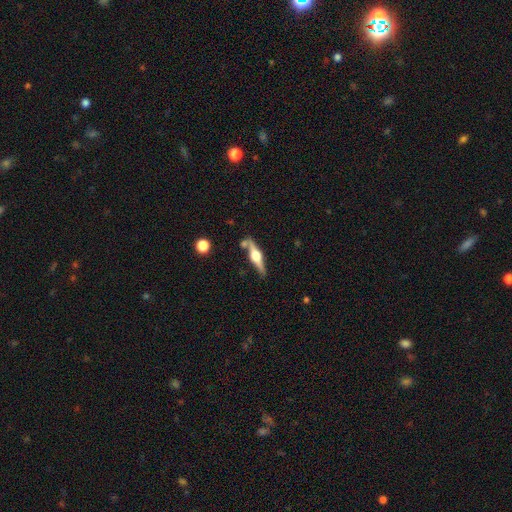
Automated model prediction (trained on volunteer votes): Smooth or featured?
  - featured or disk: 76% *
  - smooth: 19%
  - star or artifact: 5%
Edge-on disk?
  - yes: 97% *
  - no: 3%
Edge-on bulge?
  - rounded: 95% *
  - boxy: 4%
  - none: 2%
Merging?
  - none: 76% *
  - minor disturbance: 12%
  - merger: 9%
  - major disturbance: 3%